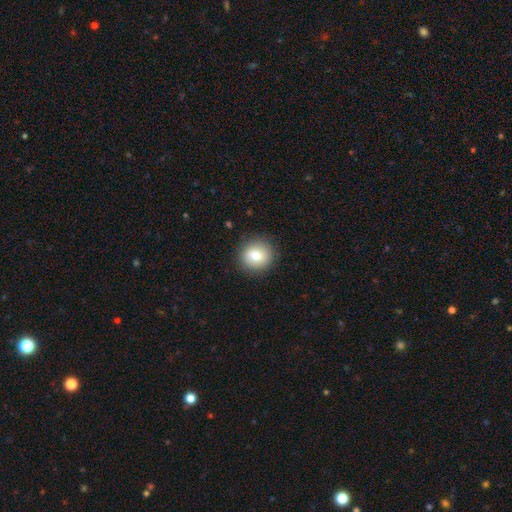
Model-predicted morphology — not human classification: Q: Smooth or featured?
A: smooth (76%); runner-up: featured or disk (14%)
Q: How rounded?
A: round (90%); runner-up: in between (10%)
Q: Merging?
A: none (89%); runner-up: minor disturbance (8%)